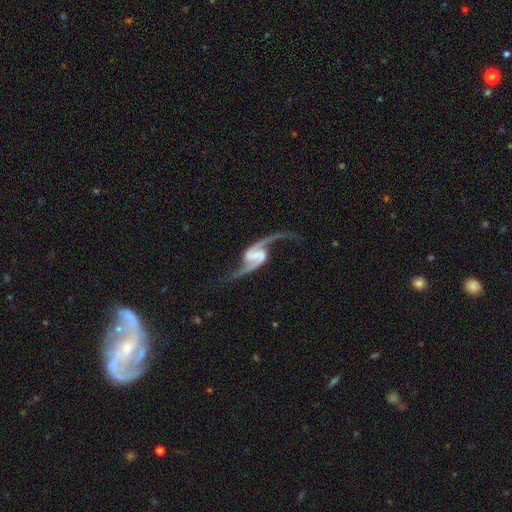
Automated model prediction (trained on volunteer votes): Smooth or featured?
  - featured or disk: 93% *
  - star or artifact: 4%
  - smooth: 3%
Edge-on disk?
  - no: 97% *
  - yes: 3%
Bar?
  - weak: 41% *
  - strong: 34%
  - no: 25%
Spiral arms?
  - yes: 98% *
  - no: 2%
Spiral winding?
  - loose: 82% *
  - medium: 14%
  - tight: 3%
Spiral arm count?
  - 2: 95% *
  - 1: 1%
  - can't tell: 1%
  - 3: 1%
  - 4: 1%
  - more than 4: 1%
Bulge size?
  - none: 55% *
  - small: 24%
  - moderate: 12%
  - large: 6%
  - dominant: 2%
Merging?
  - none: 75% *
  - minor disturbance: 13%
  - major disturbance: 9%
  - merger: 3%